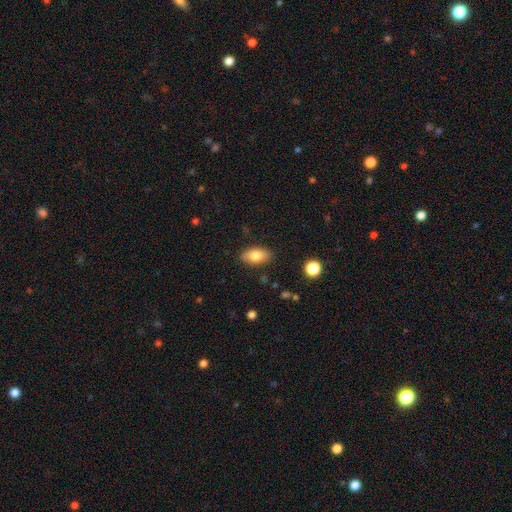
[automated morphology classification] type=smooth (79%); roundness=in between (91%); merging=none (87%).